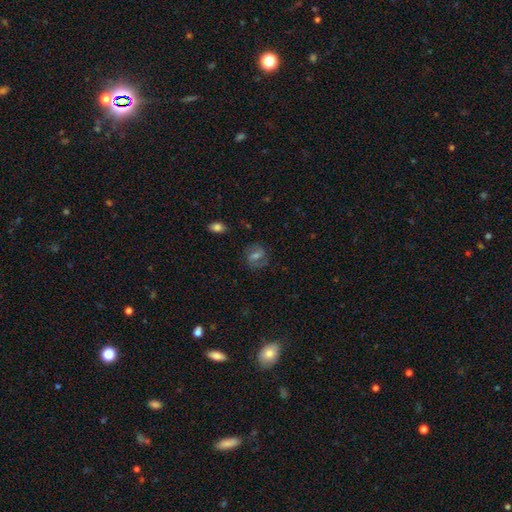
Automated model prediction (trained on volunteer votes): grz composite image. It shows a featured or disk galaxy (49%). Merging: none (78%).